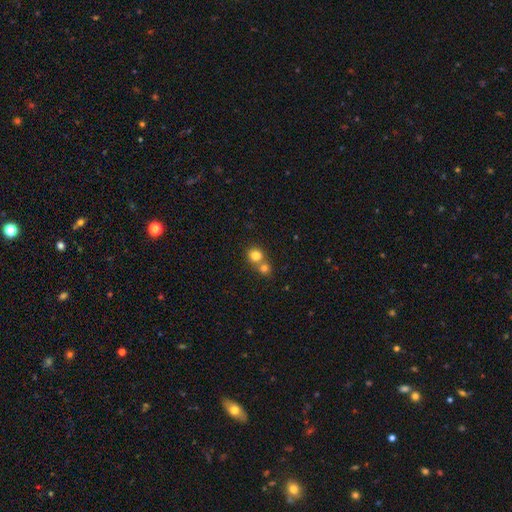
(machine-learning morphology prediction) Smooth or featured? Predicted: smooth (p=0.80). How rounded? Predicted: round (p=0.85). Merging? Predicted: merger (p=0.46, tied with none).